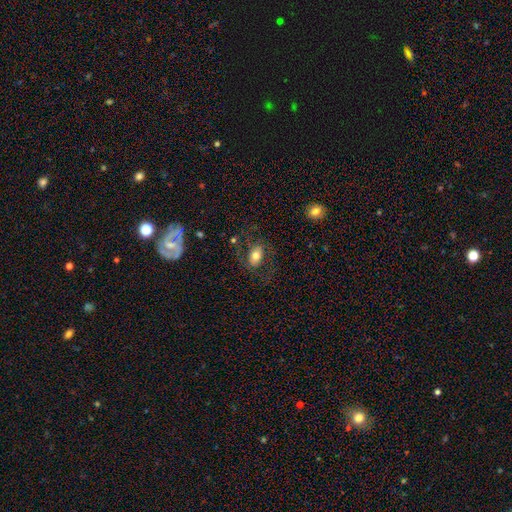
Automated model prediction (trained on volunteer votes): This appears to be a smooth galaxy with no disk features (65%) that is in between round and cigar-shaped (82%). Merging: none (68%).